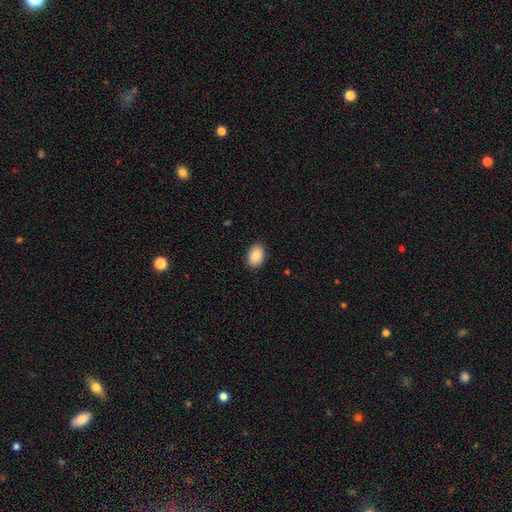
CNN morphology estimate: This appears to be a smooth galaxy with no disk features (87%) that is in between round and cigar-shaped (84%). Merging: none (87%).